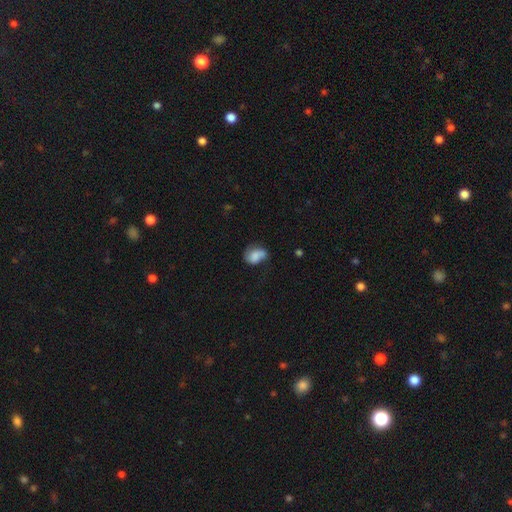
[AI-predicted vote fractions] This appears to be a smooth galaxy with no disk features (59%) that is in between round and cigar-shaped (68%). Merging: none (40%).